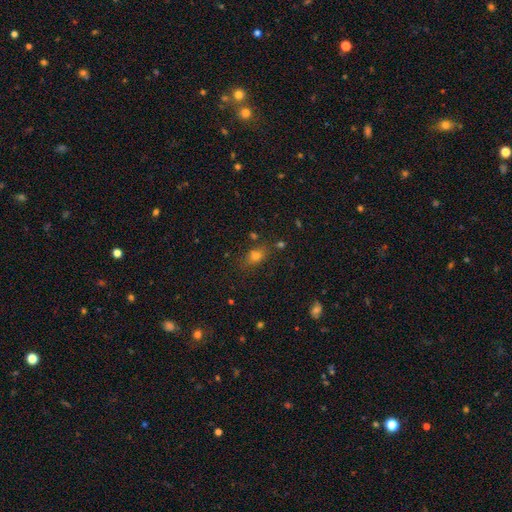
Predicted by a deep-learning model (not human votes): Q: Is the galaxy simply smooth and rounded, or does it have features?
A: smooth — 67%.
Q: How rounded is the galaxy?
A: in between — 62%.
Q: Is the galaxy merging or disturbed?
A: none — 77%.